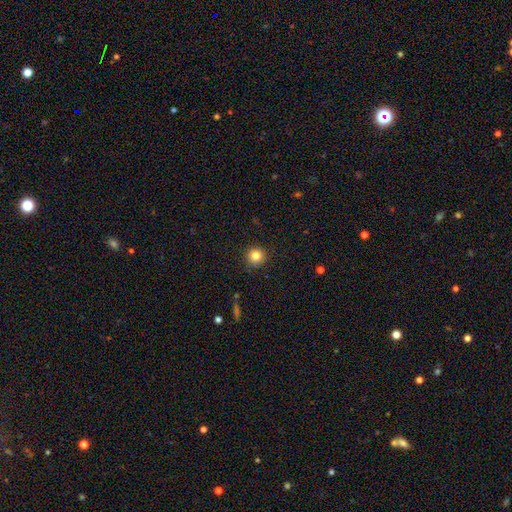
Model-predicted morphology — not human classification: This appears to be a smooth galaxy with no disk features (82%) that is round (95%). Merging: none (90%).